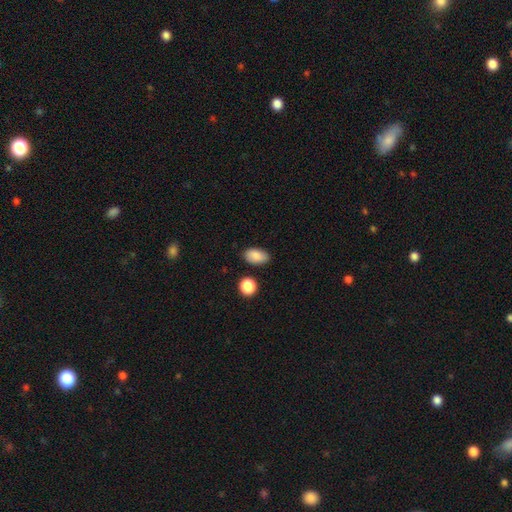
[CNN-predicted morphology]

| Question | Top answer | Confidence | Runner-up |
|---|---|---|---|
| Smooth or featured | smooth | 86% | star or artifact (8%) |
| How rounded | in between | 91% | round (7%) |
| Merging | none | 83% | minor disturbance (12%) |